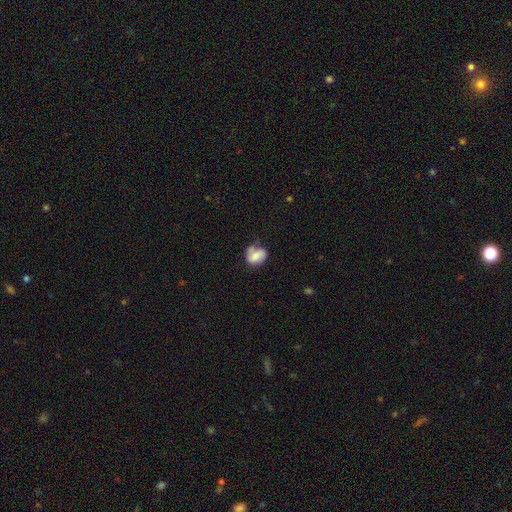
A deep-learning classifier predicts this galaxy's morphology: smooth 61%, featured or disk 30%, star or artifact 9%. Down the decision tree: how rounded — in between (65%); merging — none (42%).